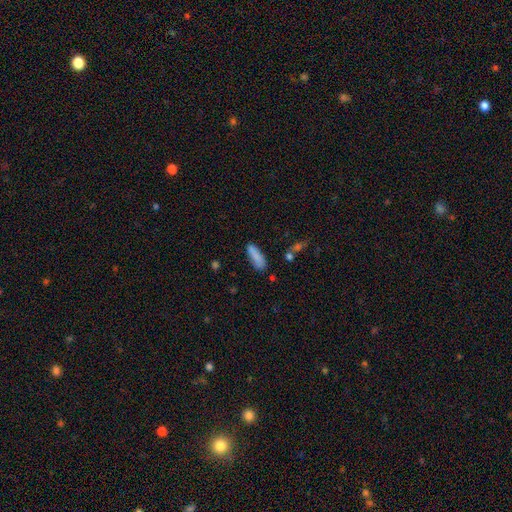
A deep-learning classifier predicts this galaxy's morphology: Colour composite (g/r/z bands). It shows a smooth galaxy with no disk features (85%) that is in between round and cigar-shaped (50%). Merging: none (69%).